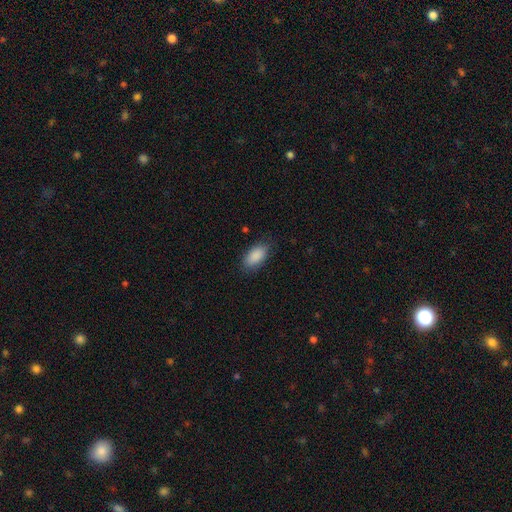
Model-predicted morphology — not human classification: A smooth galaxy with no disk features (89%) that is in between round and cigar-shaped (92%). Merging: none (83%).